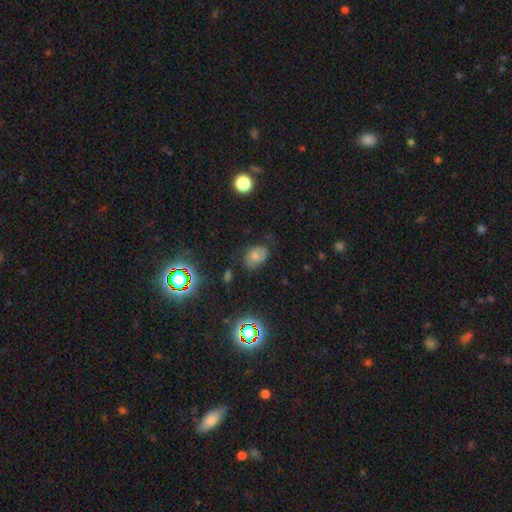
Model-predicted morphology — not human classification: smooth 60%, featured or disk 20%, star or artifact 20%. Down the decision tree: how rounded — in between (75%); merging — none (57%).